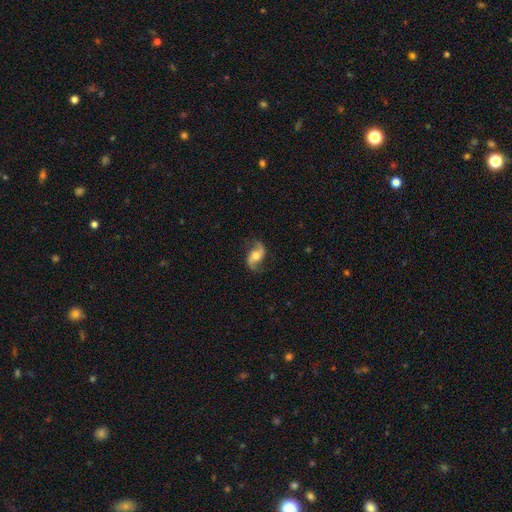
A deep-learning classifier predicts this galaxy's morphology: smooth_or_featured: featured or disk (p=0.81) [alt: smooth p=0.13]
disk_edge_on: no (p=0.97) [alt: yes p=0.03]
bar: no (p=0.50) [alt: weak p=0.35]
has_spiral_arms: yes (p=0.96) [alt: no p=0.04]
spiral_winding: loose (p=0.69) [alt: medium p=0.25]
spiral_arm_count: 2 (p=0.93) [alt: can't tell p=0.02]
bulge_size: moderate (p=0.53) [alt: small p=0.24]
merging: none (p=0.78) [alt: minor disturbance p=0.14]